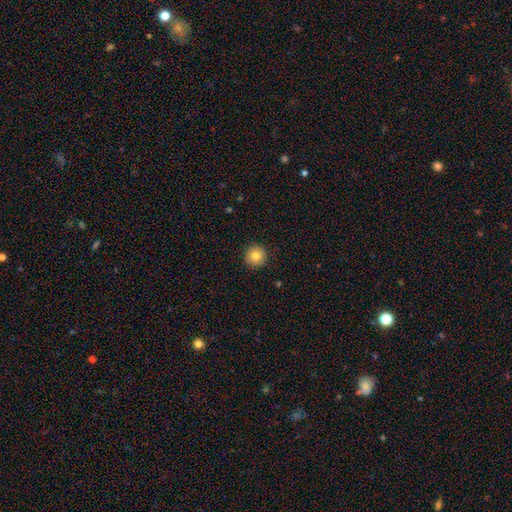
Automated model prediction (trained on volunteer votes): Smooth or featured? smooth (82%)
How rounded? round (96%)
Merging? none (93%)